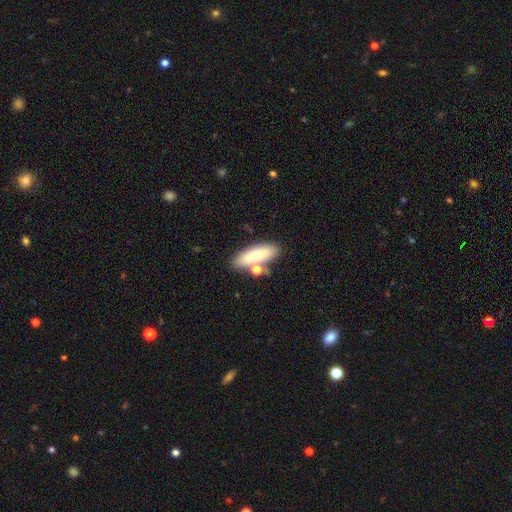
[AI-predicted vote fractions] Morphology: type=smooth (77%); roundness=in between (52%); merging=none (63%).